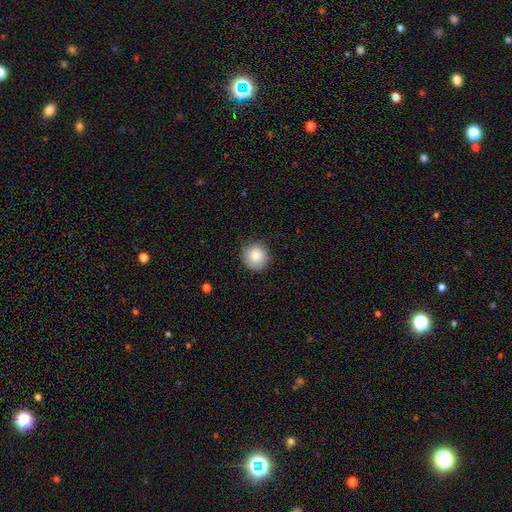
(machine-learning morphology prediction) Overall: smooth (83%). How rounded: round (92%). Merging: none (84%).